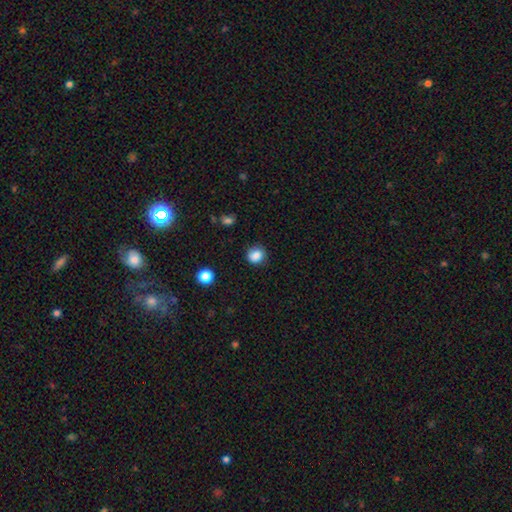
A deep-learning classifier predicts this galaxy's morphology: type=smooth (86%); roundness=round (76%); merging=none (84%).